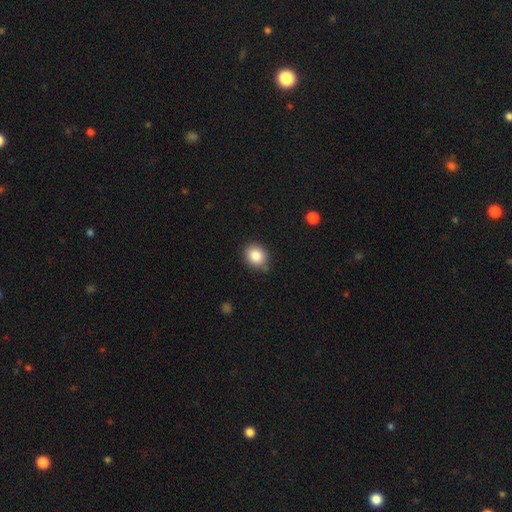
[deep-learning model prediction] This appears to be a smooth galaxy with no disk features (85%) that is round (66%). Merging: none (81%).